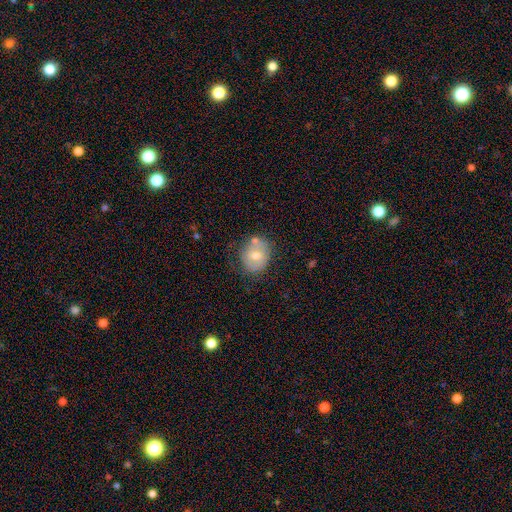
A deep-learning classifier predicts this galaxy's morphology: type=smooth (56%); roundness=round (64%); merging=none (60%).